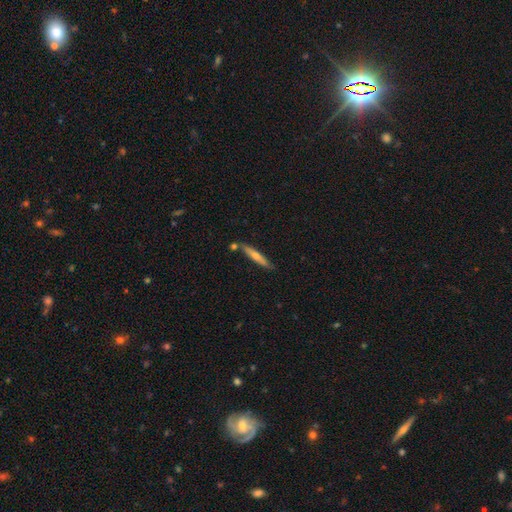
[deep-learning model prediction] Smooth or featured? featured or disk (56%)
Edge-on disk? yes (93%)
Edge-on bulge? rounded (78%)
Merging? none (82%)